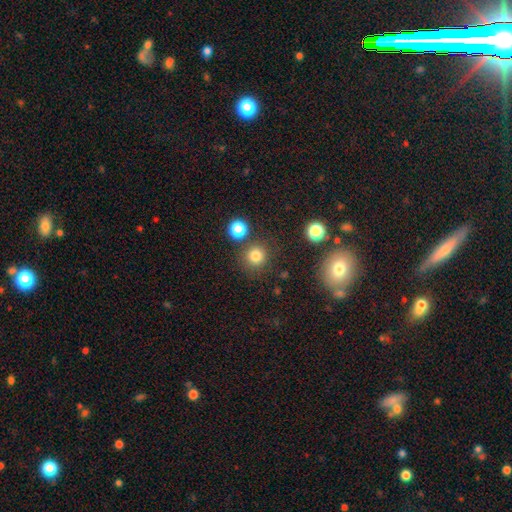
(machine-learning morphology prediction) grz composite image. It shows a smooth galaxy with no disk features (80%) that is round (92%). Merging: none (81%).